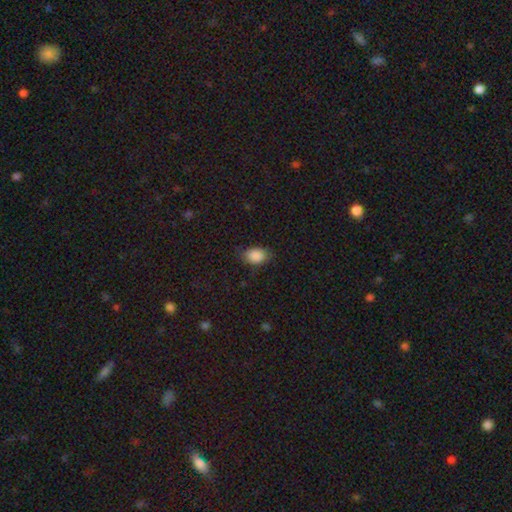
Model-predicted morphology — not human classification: The model was most divided on "merging": none: 75%, minor disturbance: 19%, major disturbance: 5%, merger: 1%. More confident: smooth or featured — smooth (88%); how rounded — in between (78%).